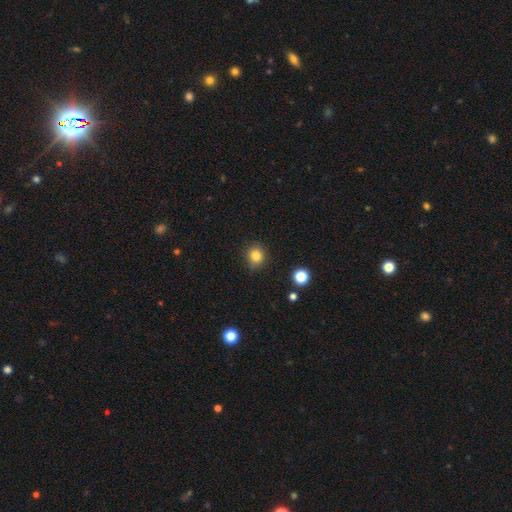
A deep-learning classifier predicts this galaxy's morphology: This is clearly a smooth galaxy (83%). How rounded: clearly round (82%). Merging: clearly none (83%).